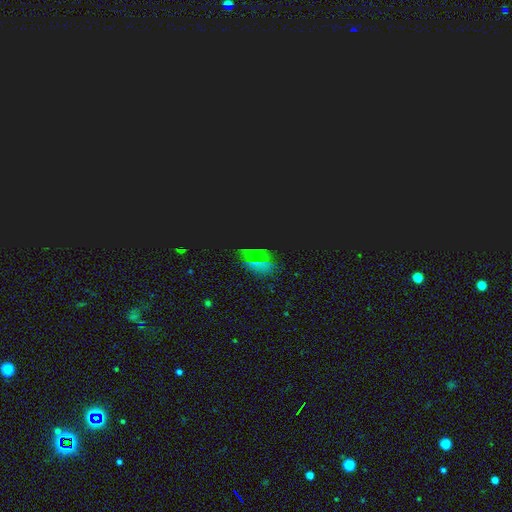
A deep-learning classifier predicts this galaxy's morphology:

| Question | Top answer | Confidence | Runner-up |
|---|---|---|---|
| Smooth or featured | star or artifact | 56% | smooth (29%) |